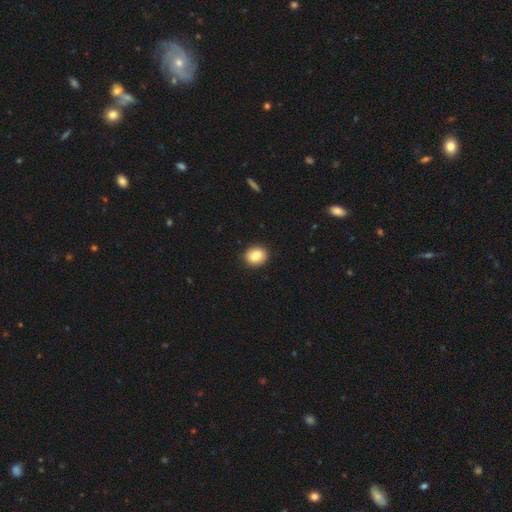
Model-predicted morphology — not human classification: Overall: smooth (83%). How rounded: round (76%). Merging: none (91%).